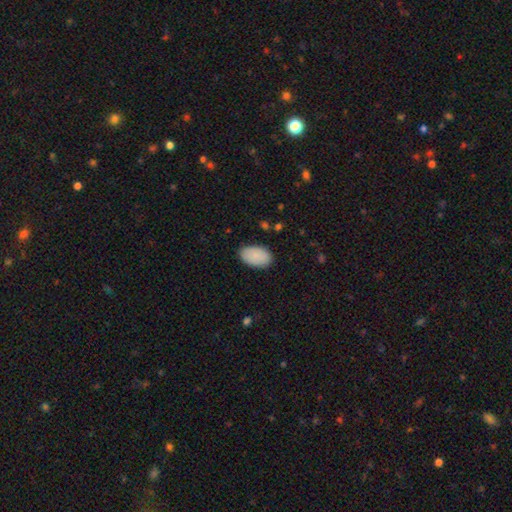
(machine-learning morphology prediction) smooth_or_featured: smooth (p=0.89) [alt: star or artifact p=0.06]
how_rounded: in between (p=0.94) [alt: round p=0.04]
merging: none (p=0.86) [alt: minor disturbance p=0.11]